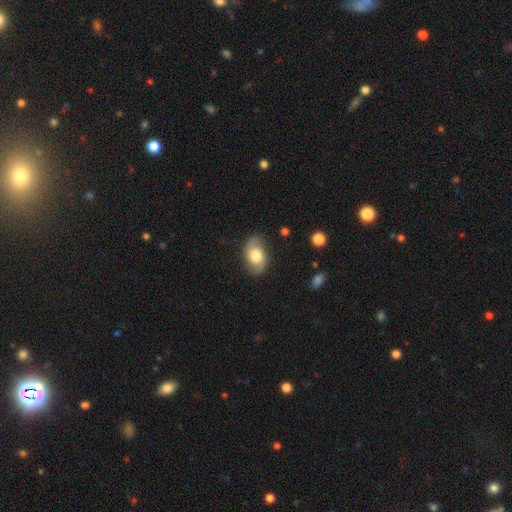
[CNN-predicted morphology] smooth 57%, featured or disk 36%, star or artifact 7%. Down the decision tree: how rounded — in between (87%); merging — none (78%).